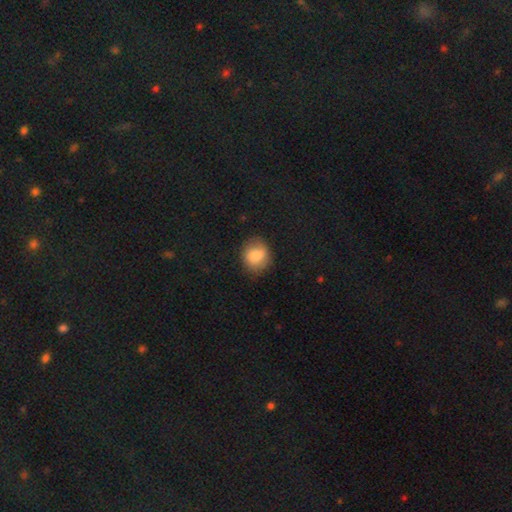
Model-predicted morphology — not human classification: The model was most divided on "how rounded": round: 74%, in between: 25%, cigar-shaped: 1%. More confident: smooth or featured — smooth (82%); merging — none (81%).